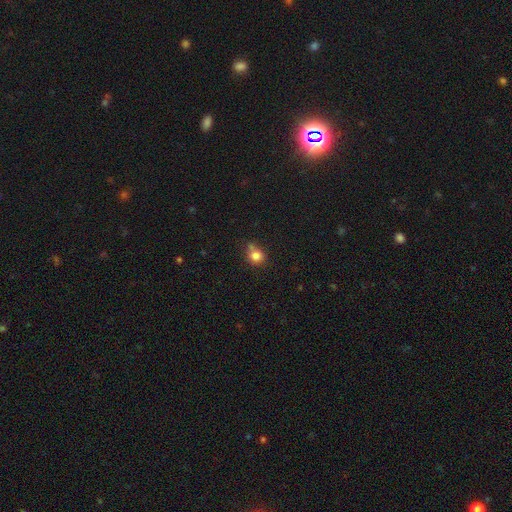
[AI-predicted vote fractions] A smooth galaxy with no disk features (81%) that is round (74%). Merging: none (57%).